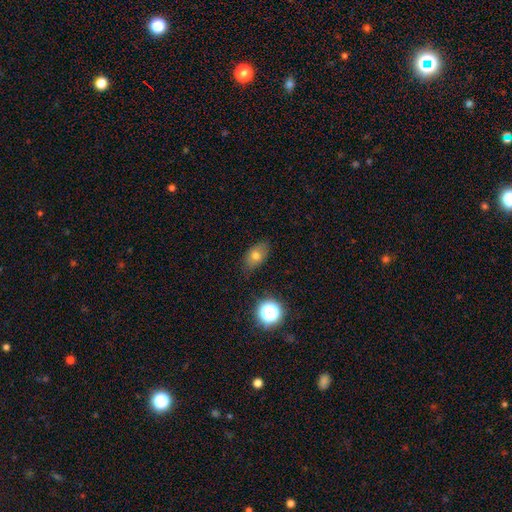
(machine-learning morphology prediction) This is likely a smooth galaxy (71%). How rounded: clearly in between (82%). Merging: clearly none (80%).